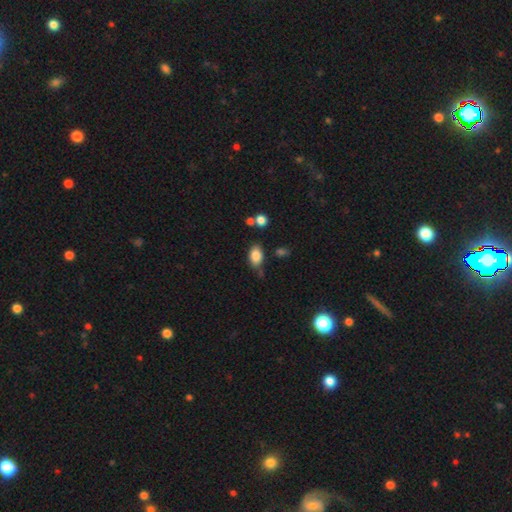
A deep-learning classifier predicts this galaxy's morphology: Q: Smooth or featured?
A: smooth (85%); runner-up: star or artifact (9%)
Q: How rounded?
A: in between (86%); runner-up: round (12%)
Q: Merging?
A: none (67%); runner-up: minor disturbance (21%)